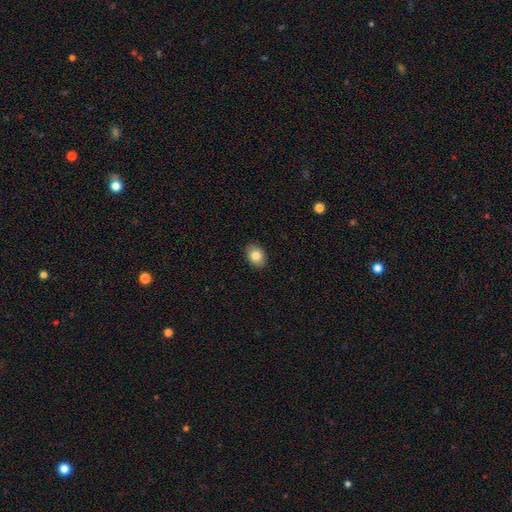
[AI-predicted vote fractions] A smooth galaxy with no disk features (84%) that is in between round and cigar-shaped (70%). Merging: none (89%).